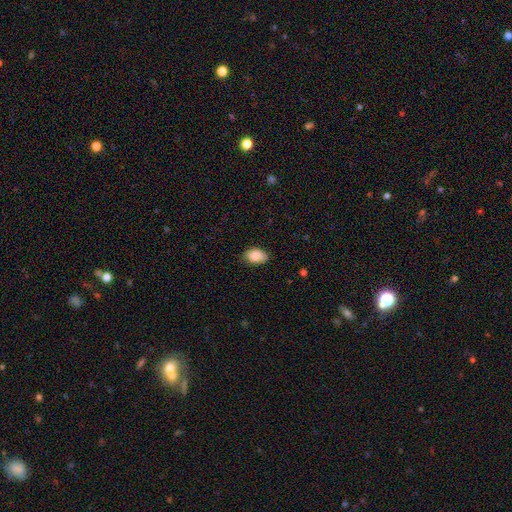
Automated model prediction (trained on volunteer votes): smooth_or_featured: smooth (p=0.89) [alt: star or artifact p=0.07]
how_rounded: in between (p=0.89) [alt: round p=0.10]
merging: none (p=0.77) [alt: minor disturbance p=0.18]